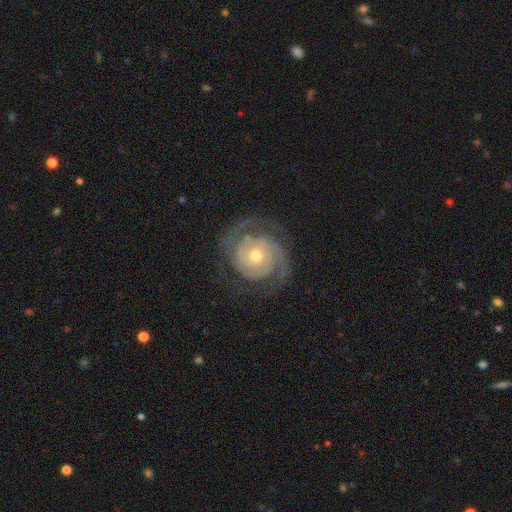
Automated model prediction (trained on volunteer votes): Q: Smooth or featured?
A: featured or disk (89%); runner-up: smooth (6%)
Q: Edge-on disk?
A: no (98%); runner-up: yes (2%)
Q: Bar?
A: no (73%); runner-up: weak (21%)
Q: Spiral arms?
A: yes (97%); runner-up: no (3%)
Q: Spiral winding?
A: tight (68%); runner-up: medium (26%)
Q: Spiral arm count?
A: 2 (73%); runner-up: 3 (10%)
Q: Bulge size?
A: moderate (52%); runner-up: small (43%)
Q: Merging?
A: none (76%); runner-up: minor disturbance (14%)